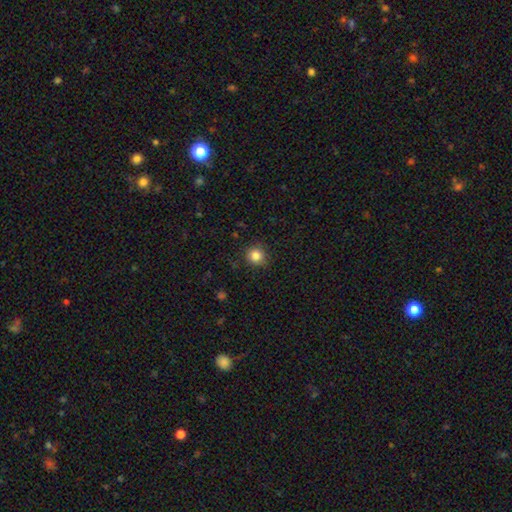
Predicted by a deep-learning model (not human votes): A smooth galaxy with no disk features (84%) that is round (90%). Merging: none (87%).